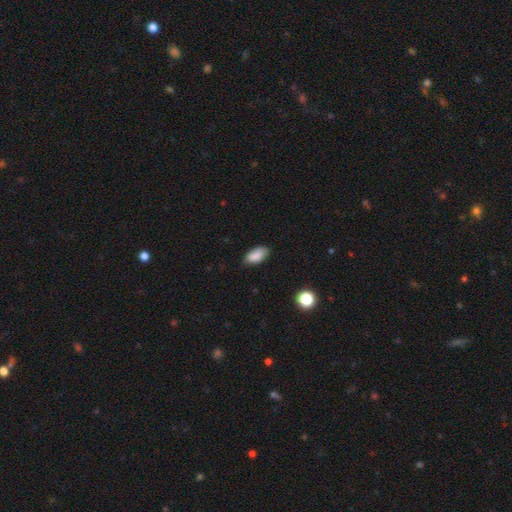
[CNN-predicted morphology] smooth_or_featured: smooth (p=0.86) [alt: star or artifact p=0.08]
how_rounded: in between (p=0.93) [alt: cigar-shaped p=0.04]
merging: none (p=0.77) [alt: minor disturbance p=0.19]